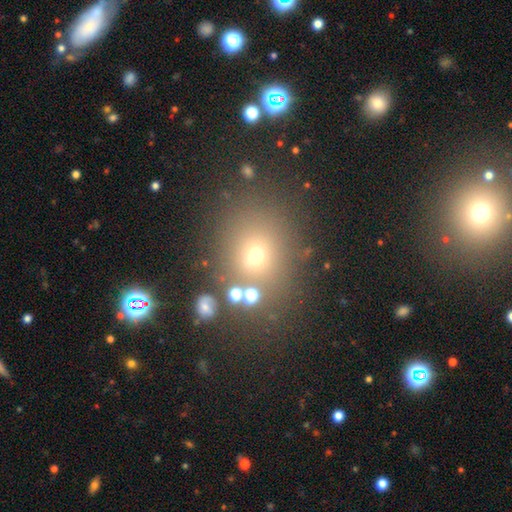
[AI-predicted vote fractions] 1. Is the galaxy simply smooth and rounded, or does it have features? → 60% smooth, 27% star or artifact, 13% featured or disk.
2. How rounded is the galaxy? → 64% round, 35% in between, 1% cigar-shaped.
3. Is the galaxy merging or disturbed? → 74% none, 12% minor disturbance, 8% merger, 6% major disturbance.